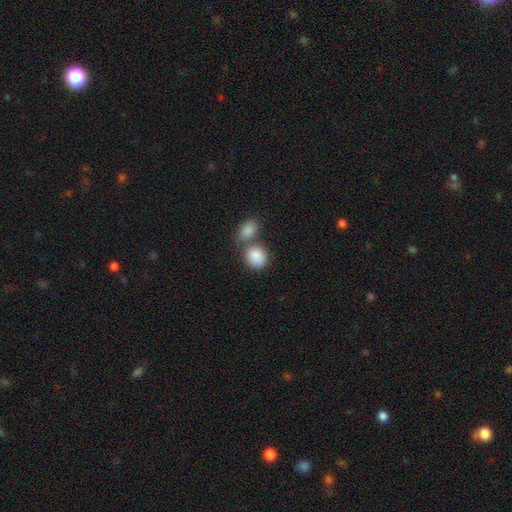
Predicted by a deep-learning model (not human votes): Q: Smooth or featured?
A: smooth (88%); runner-up: star or artifact (6%)
Q: How rounded?
A: round (54%); runner-up: in between (44%)
Q: Merging?
A: merger (44%); runner-up: none (42%)